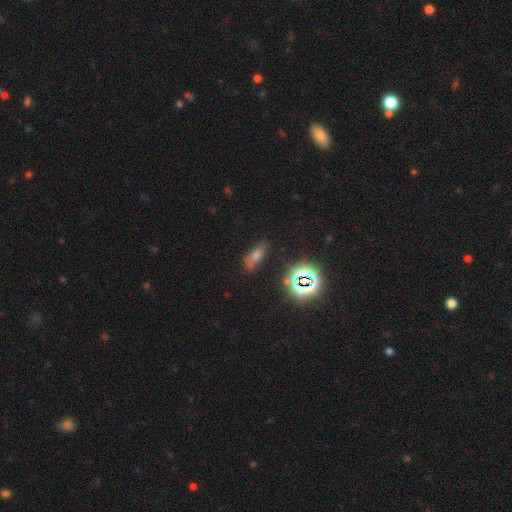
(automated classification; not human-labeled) smooth 45%, star or artifact 38%, featured or disk 18%. Down the decision tree: merging — none (73%).